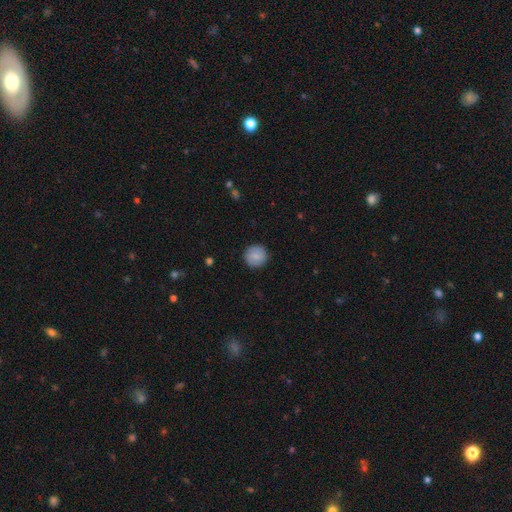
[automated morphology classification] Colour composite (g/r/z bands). It shows a smooth galaxy with no disk features (78%) that is round (94%). Merging: none (90%).